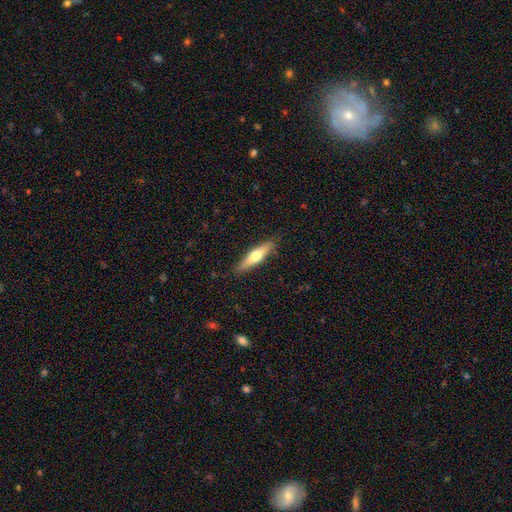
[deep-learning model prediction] Smooth or featured?
  - smooth: 52% *
  - featured or disk: 43%
  - star or artifact: 6%
How rounded?
  - cigar-shaped: 76% *
  - in between: 22%
  - round: 2%
Merging?
  - none: 88% *
  - minor disturbance: 9%
  - major disturbance: 2%
  - merger: 1%